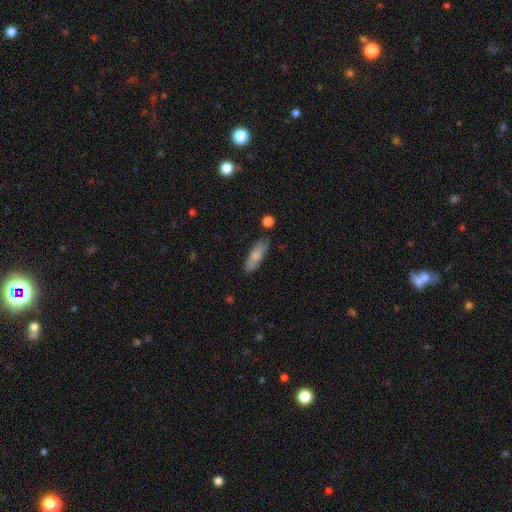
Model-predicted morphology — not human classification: Smooth or featured?
  - smooth: 81% *
  - featured or disk: 13%
  - star or artifact: 6%
How rounded?
  - in between: 58% *
  - cigar-shaped: 40%
  - round: 2%
Merging?
  - none: 76% *
  - minor disturbance: 17%
  - major disturbance: 4%
  - merger: 3%